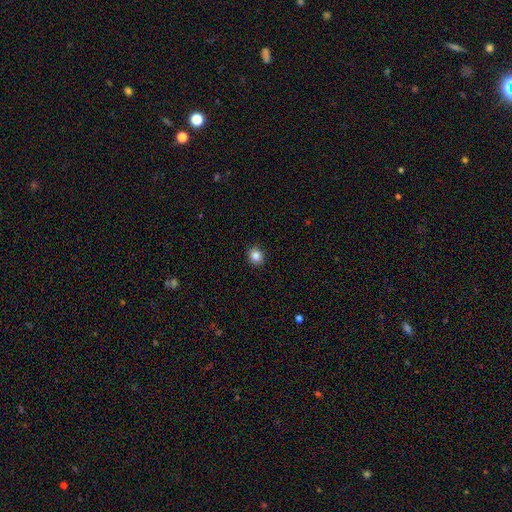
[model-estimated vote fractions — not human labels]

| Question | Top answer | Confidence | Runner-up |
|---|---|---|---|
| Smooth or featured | smooth | 84% | star or artifact (10%) |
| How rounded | round | 75% | in between (25%) |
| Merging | none | 91% | minor disturbance (6%) |